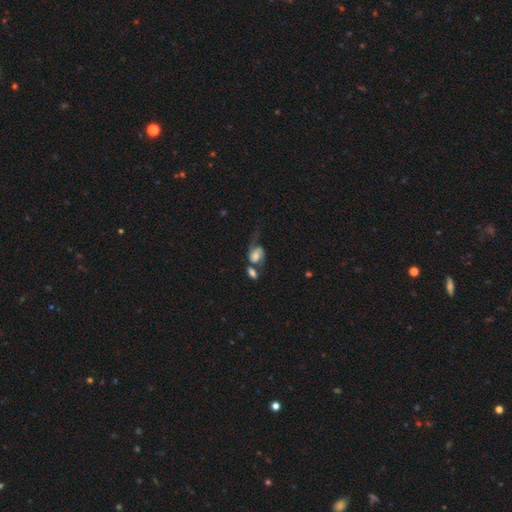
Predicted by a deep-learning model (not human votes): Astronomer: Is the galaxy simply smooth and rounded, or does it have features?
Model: featured or disk — 47% (runner-up: smooth, 44%).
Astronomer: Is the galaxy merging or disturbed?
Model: merger — 42% (runner-up: major disturbance, 25%).